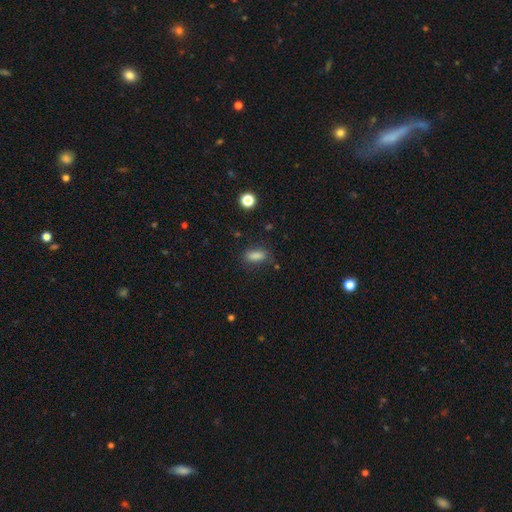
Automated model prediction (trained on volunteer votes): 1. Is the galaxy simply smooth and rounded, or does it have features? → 83% smooth, 11% star or artifact, 6% featured or disk.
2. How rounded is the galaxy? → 75% in between, 19% cigar-shaped, 5% round.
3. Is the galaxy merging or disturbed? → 78% none, 15% minor disturbance, 5% major disturbance, 2% merger.